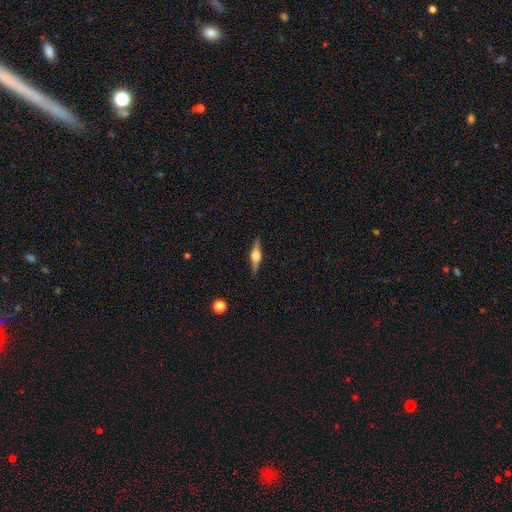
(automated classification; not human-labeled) smooth-or-featured: featured or disk: 76% | smooth: 18% | star or artifact: 6%
  disk-edge-on: yes: 98% | no: 2%
    edge-on-bulge: rounded: 91% | boxy: 7% | none: 1%
  merging: none: 89% | minor disturbance: 8% | major disturbance: 2% | merger: 1%